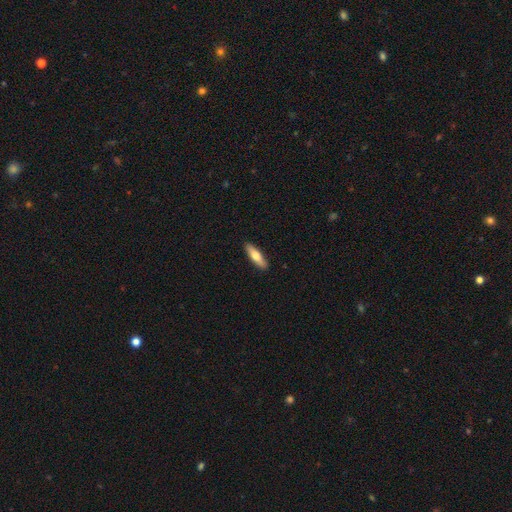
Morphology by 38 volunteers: type=smooth (55%); roundness=cigar-shaped (81%); merging=none (94%).